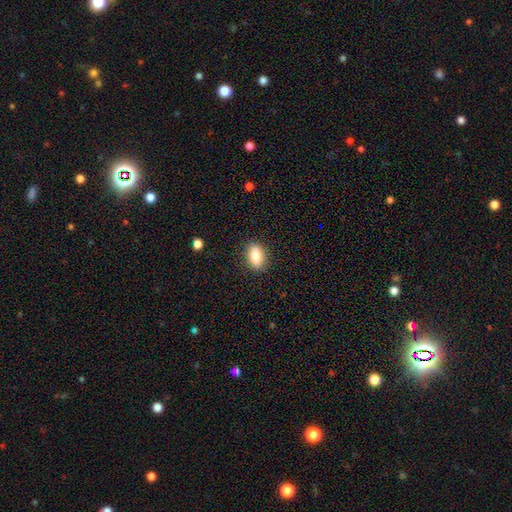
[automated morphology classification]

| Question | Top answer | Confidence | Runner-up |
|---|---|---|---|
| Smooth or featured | smooth | 83% | featured or disk (9%) |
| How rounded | in between | 83% | cigar-shaped (9%) |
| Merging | none | 87% | minor disturbance (9%) |